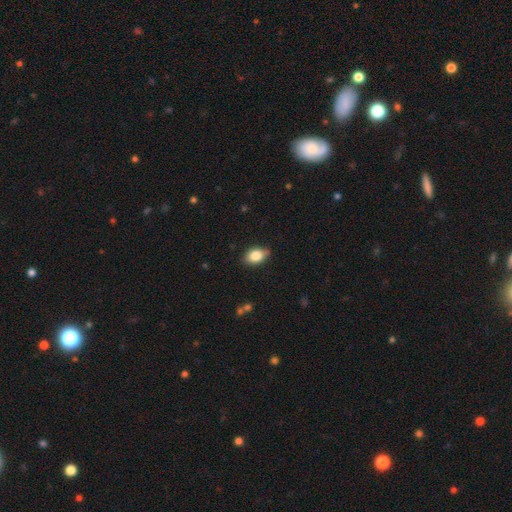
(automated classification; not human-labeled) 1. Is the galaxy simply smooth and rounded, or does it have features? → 84% smooth, 8% featured or disk, 8% star or artifact.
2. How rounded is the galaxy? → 85% in between, 13% round, 2% cigar-shaped.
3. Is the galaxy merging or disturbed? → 82% none, 15% minor disturbance, 2% major disturbance, 1% merger.